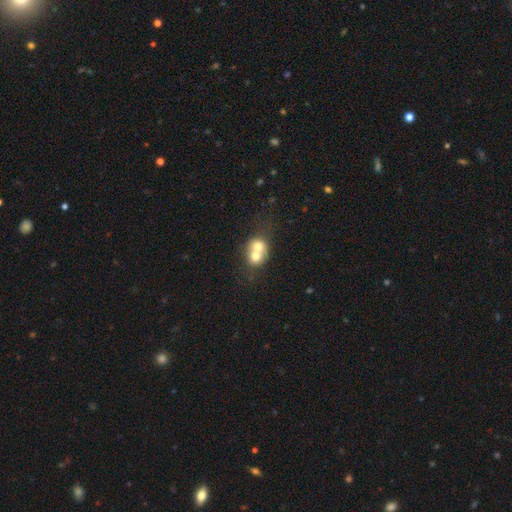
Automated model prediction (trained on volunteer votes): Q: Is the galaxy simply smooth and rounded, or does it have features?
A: smooth — 66%.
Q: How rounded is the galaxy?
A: round — 69%.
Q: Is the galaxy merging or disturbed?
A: merger — 74%.